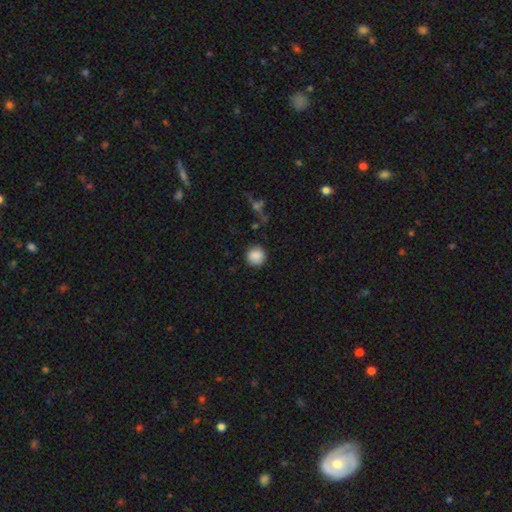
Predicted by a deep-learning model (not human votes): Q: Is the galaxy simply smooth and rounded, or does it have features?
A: smooth — 88%.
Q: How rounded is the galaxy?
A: round — 92%.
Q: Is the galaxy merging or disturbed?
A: none — 88%.